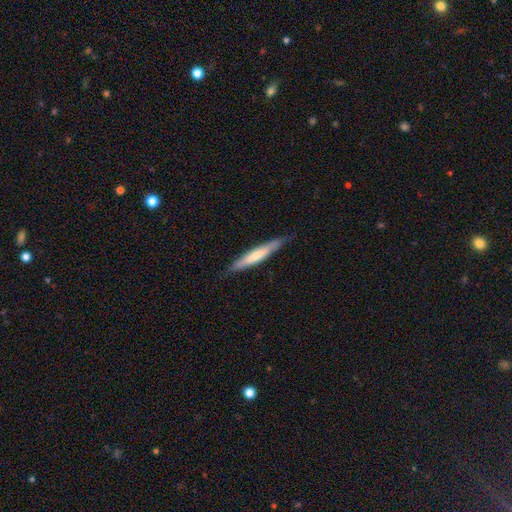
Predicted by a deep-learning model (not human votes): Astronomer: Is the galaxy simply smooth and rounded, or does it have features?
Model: smooth — 55% (runner-up: featured or disk, 40%).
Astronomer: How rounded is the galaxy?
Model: cigar-shaped — 92%.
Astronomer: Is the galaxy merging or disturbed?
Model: none — 83%.